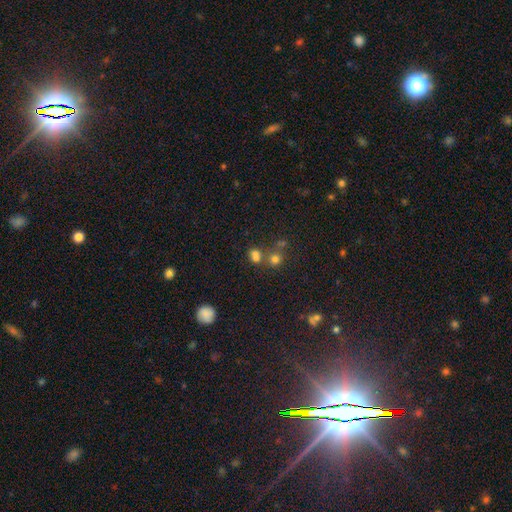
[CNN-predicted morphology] A smooth galaxy with no disk features (68%) that is round (72%). Merging: none (46%).